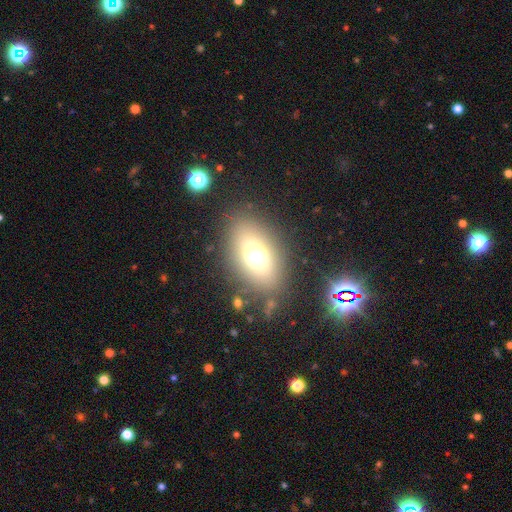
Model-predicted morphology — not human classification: This is likely a smooth galaxy (63%). How rounded: likely in between (69%). Merging: clearly none (81%).